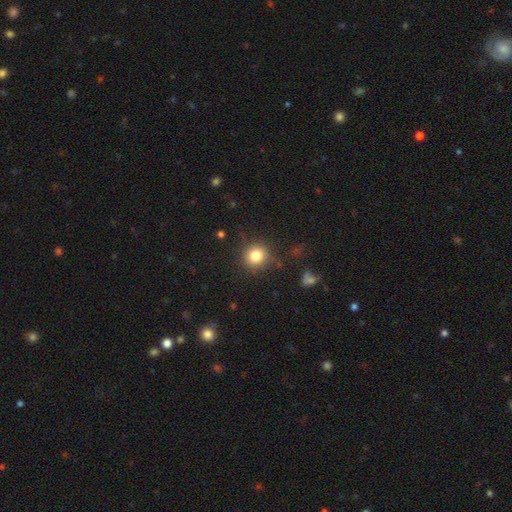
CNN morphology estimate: smooth-or-featured: smooth: 82% | star or artifact: 11% | featured or disk: 6%
  how-rounded: round: 89% | in between: 10% | cigar-shaped: 1%
  merging: none: 86% | minor disturbance: 9% | major disturbance: 3% | merger: 2%